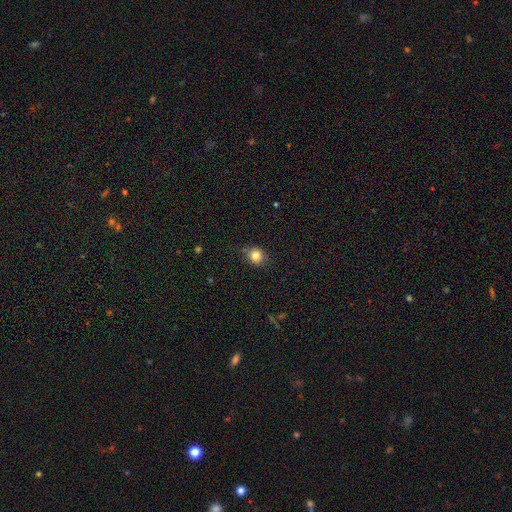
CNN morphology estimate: The model was most divided on "how rounded": round: 82%, in between: 17%, cigar-shaped: 1%. More confident: smooth or featured — smooth (81%); merging — none (80%).